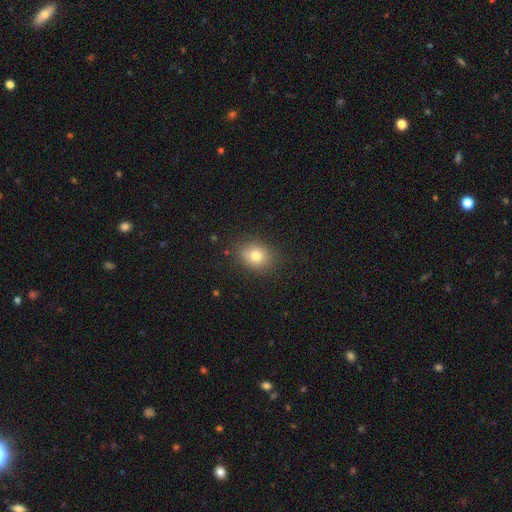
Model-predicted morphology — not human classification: smooth_or_featured: smooth (p=0.77) [alt: star or artifact p=0.12]
how_rounded: round (p=0.52) [alt: in between p=0.47]
merging: none (p=0.85) [alt: minor disturbance p=0.11]